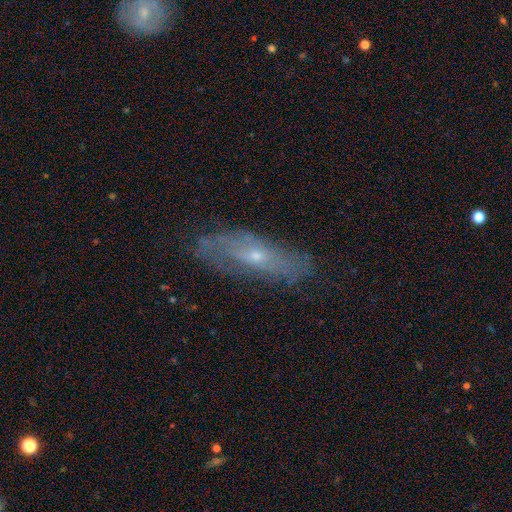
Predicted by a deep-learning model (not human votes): A featured or disk galaxy (63%). Merging: none (75%).